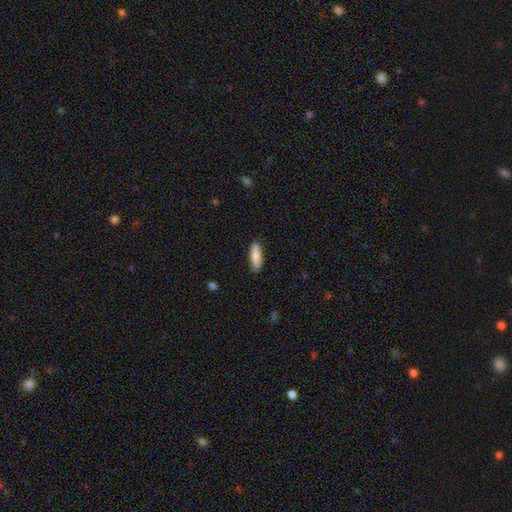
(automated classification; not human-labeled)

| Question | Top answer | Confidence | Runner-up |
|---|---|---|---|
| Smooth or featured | smooth | 79% | featured or disk (16%) |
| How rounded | cigar-shaped | 56% | in between (42%) |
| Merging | none | 85% | minor disturbance (12%) |